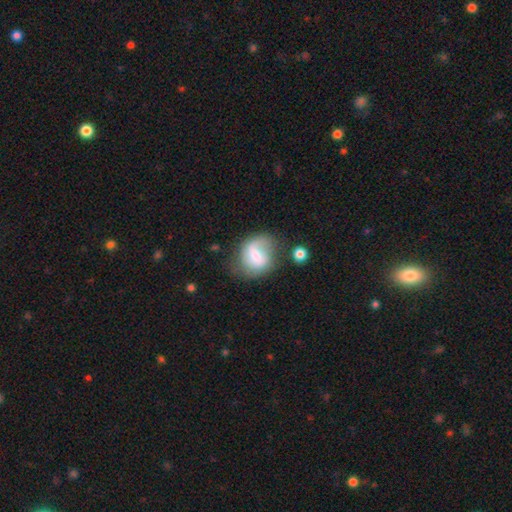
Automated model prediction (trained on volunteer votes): smooth-or-featured: featured or disk: 46% (tied) | smooth: 46% (tied) | star or artifact: 8%
  merging: none: 50% | minor disturbance: 26% | major disturbance: 17% | merger: 7%